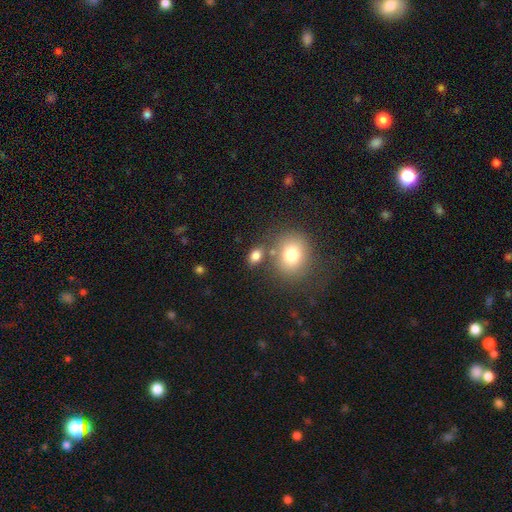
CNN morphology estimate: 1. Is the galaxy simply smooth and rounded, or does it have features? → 80% smooth, 11% star or artifact, 9% featured or disk.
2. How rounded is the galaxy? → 73% in between, 25% round, 2% cigar-shaped.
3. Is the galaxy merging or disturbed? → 69% none, 15% merger, 12% minor disturbance, 5% major disturbance.